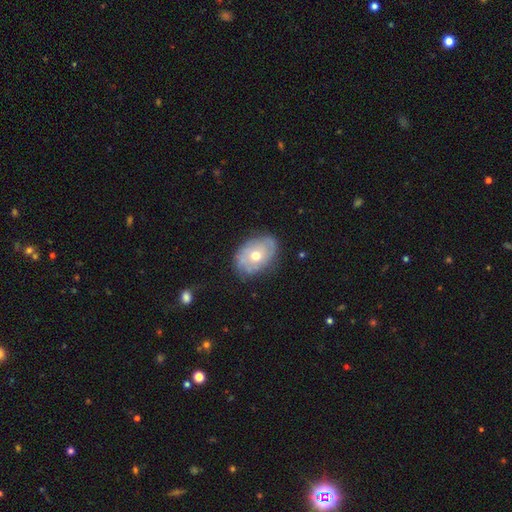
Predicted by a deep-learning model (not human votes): featured or disk 55%, smooth 38%, star or artifact 7%. Down the decision tree: edge-on disk — no (94%); bar — no (87%); spiral arms — yes (53%); bulge size — moderate (74%); merging — none (74%).